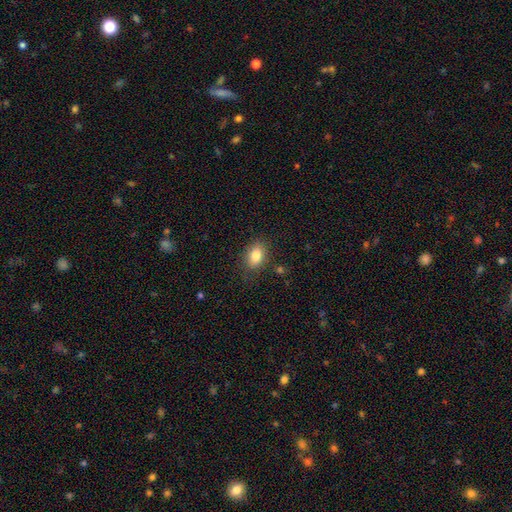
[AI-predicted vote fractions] This appears to be a smooth galaxy with no disk features (81%) that is in between round and cigar-shaped (79%). Merging: none (82%).